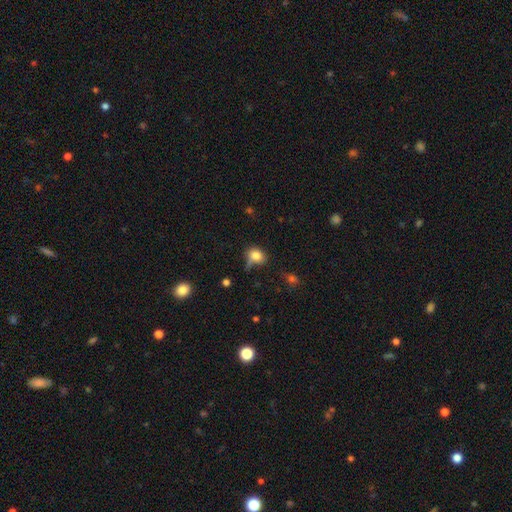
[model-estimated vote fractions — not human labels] Smooth or featured: smooth — 80% (star or artifact — 11%)
How rounded: in between — 51% (round — 47%)
Merging: none — 48% (minor disturbance — 30%)